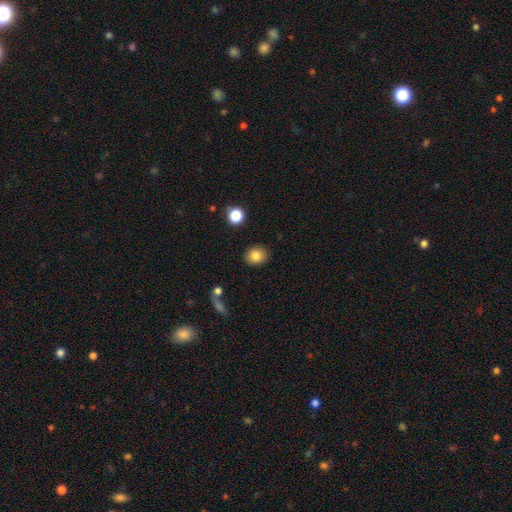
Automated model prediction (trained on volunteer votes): This appears to be a smooth galaxy with no disk features (83%) that is round (67%). Merging: none (88%).